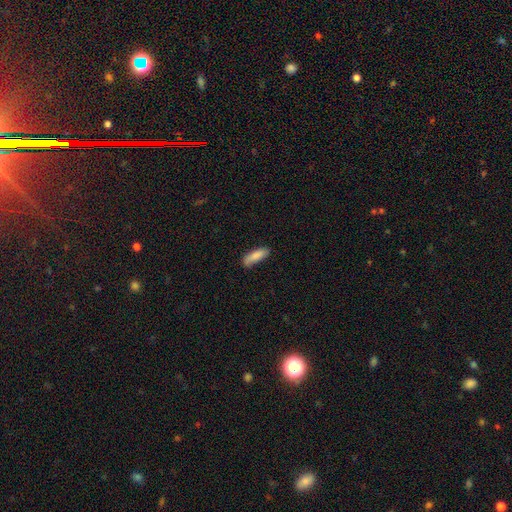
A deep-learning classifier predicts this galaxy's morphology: A smooth galaxy with no disk features (85%) that is cigar-shaped (55%). Merging: none (79%).